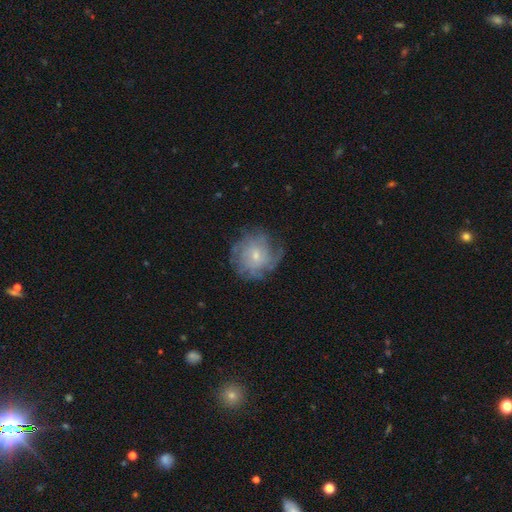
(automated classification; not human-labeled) Overall: featured or disk (64%; smooth 28%). Edge-on disk: no (97%). Bar: no (69%). Spiral arms: yes (82%). Spiral arm count: can't tell (54%). Spiral winding: tight (51%; medium 32%). Bulge size: small (63%; moderate 32%). Merging: none (67%).